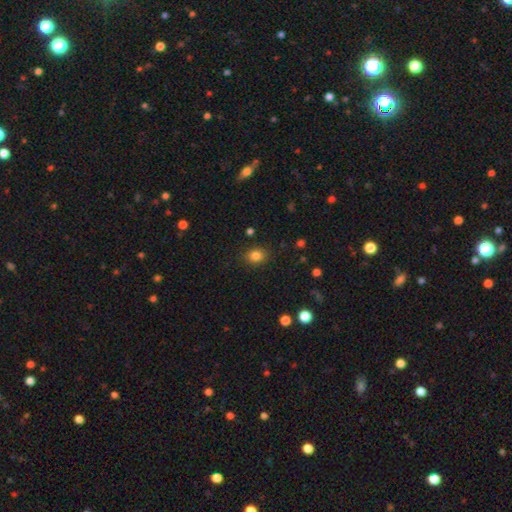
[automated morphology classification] Smooth or featured?
  - smooth: 82% *
  - star or artifact: 12%
  - featured or disk: 6%
How rounded?
  - round: 59% *
  - in between: 40%
  - cigar-shaped: 1%
Merging?
  - none: 86% *
  - minor disturbance: 10%
  - major disturbance: 3%
  - merger: 1%